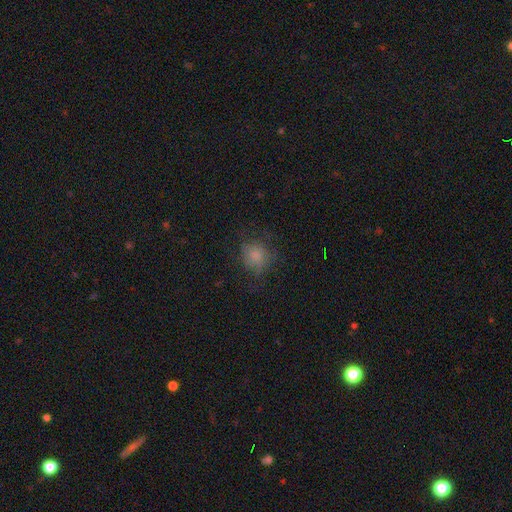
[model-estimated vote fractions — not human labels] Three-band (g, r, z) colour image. It shows a smooth galaxy with no disk features (74%) that is round (77%). Merging: none (65%).